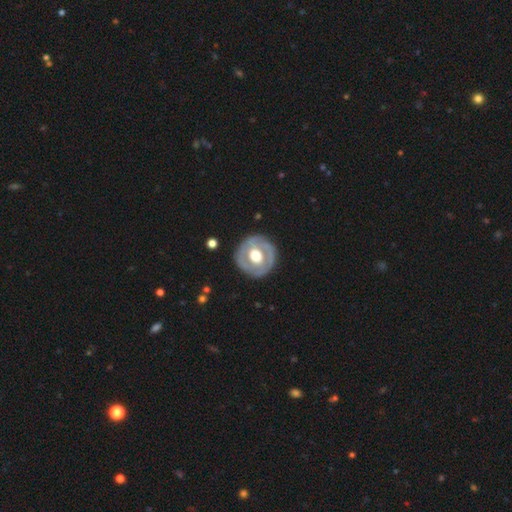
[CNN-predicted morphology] Smooth or featured?
  - featured or disk: 63% *
  - smooth: 32%
  - star or artifact: 5%
Edge-on disk?
  - no: 96% *
  - yes: 4%
Bar?
  - no: 72% *
  - weak: 21%
  - strong: 7%
Spiral arms?
  - no: 68% *
  - yes: 32%
Bulge size?
  - moderate: 53% *
  - large: 40%
  - small: 3%
  - dominant: 3%
  - none: 1%
Merging?
  - none: 82% *
  - minor disturbance: 12%
  - major disturbance: 5%
  - merger: 1%